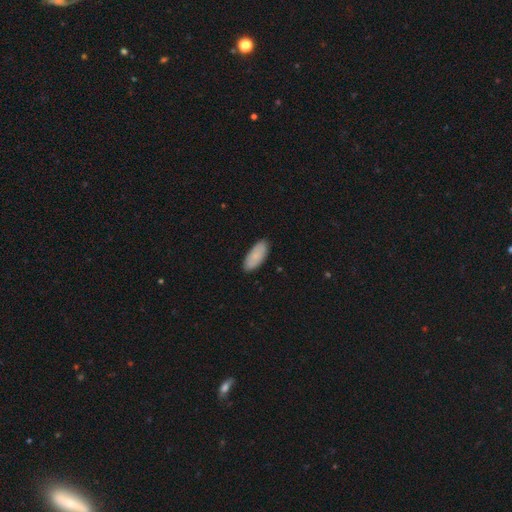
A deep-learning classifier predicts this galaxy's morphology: A smooth galaxy with no disk features (83%) that is in between round and cigar-shaped (87%).

Vote fractions:
- Smooth or featured? smooth: 83% / featured or disk: 11% / star or artifact: 6%
- How rounded? in between: 87% / cigar-shaped: 11% / round: 2%
- Merging? none: 87% / minor disturbance: 10% / major disturbance: 2% / merger: 1%